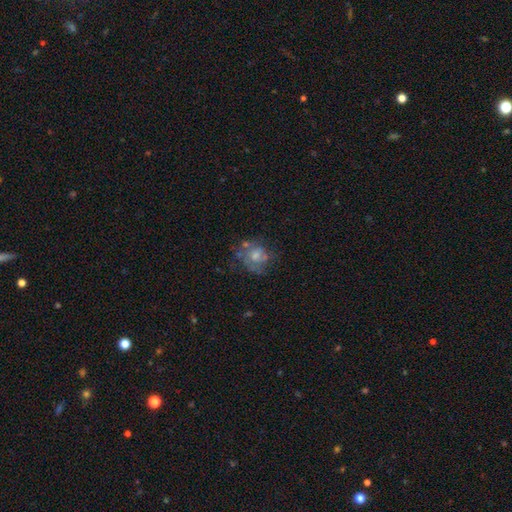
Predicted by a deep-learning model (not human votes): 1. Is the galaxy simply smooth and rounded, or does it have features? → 50% featured or disk, 39% smooth, 11% star or artifact.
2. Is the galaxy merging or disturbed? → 43% none, 24% major disturbance, 24% minor disturbance, 9% merger.